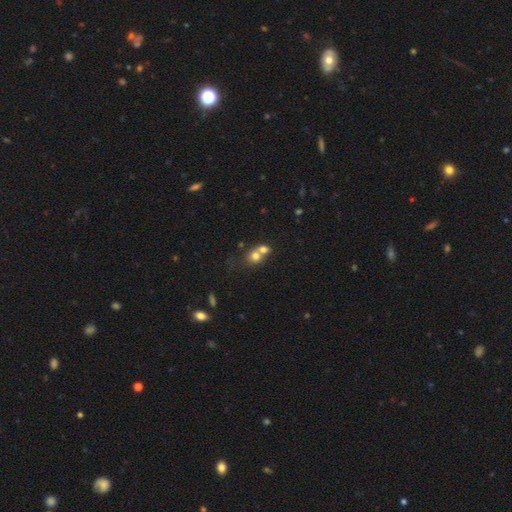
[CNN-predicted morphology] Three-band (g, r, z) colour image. It shows a smooth galaxy with no disk features (71%) that is round (69%). Merging: merger (65%).